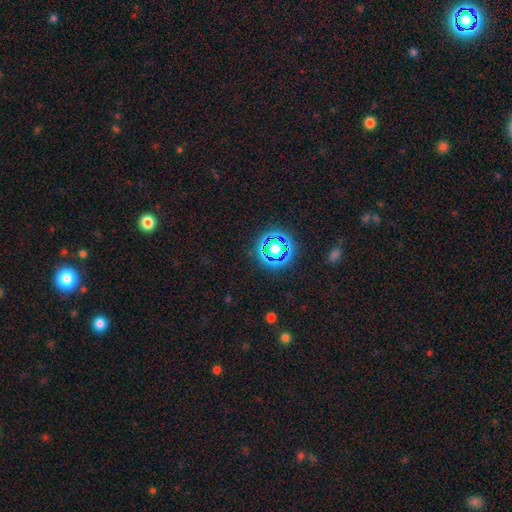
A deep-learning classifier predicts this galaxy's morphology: A star or artifact, not a galaxy (71%).

Vote fractions:
- Smooth or featured? star or artifact: 71% / smooth: 23% / featured or disk: 7%